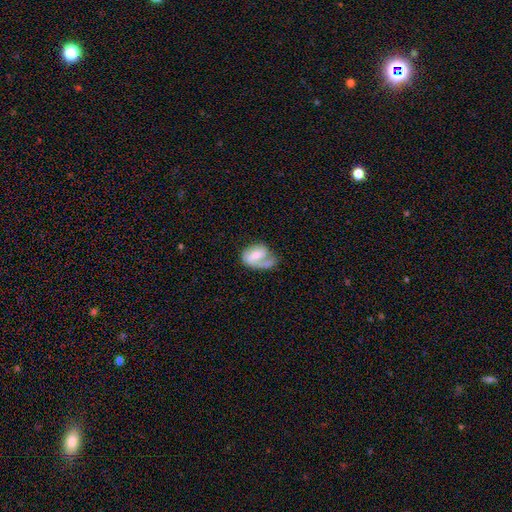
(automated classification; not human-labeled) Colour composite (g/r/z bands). It shows a featured or disk galaxy (66%) with a weak bar (43%), 1 (66%) medium (39%) spiral arms (86%) and a moderate central bulge (44%). Merging: none (41%).